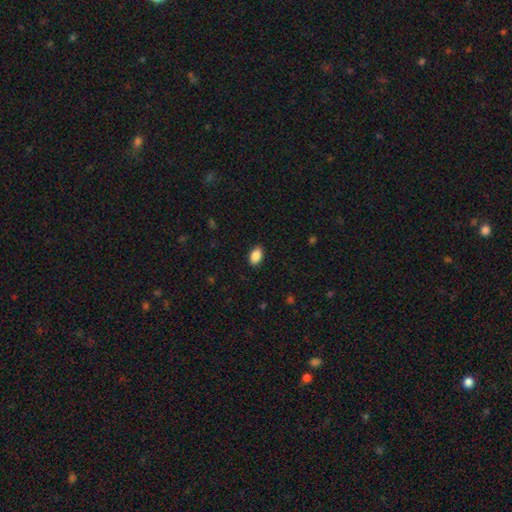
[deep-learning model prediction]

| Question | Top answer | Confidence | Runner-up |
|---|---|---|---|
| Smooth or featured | smooth | 89% | star or artifact (8%) |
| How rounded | in between | 89% | round (10%) |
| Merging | none | 88% | minor disturbance (9%) |